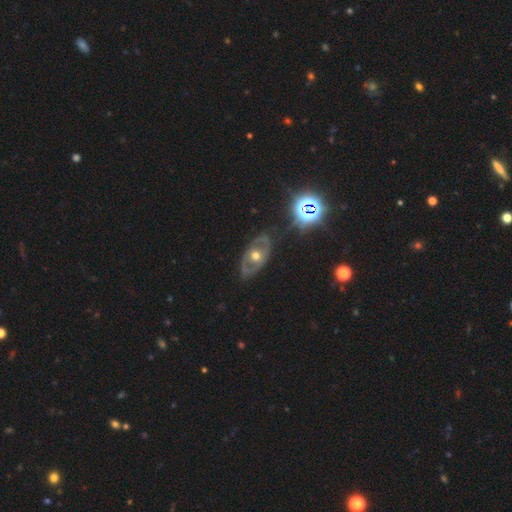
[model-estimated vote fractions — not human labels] Smooth or featured?
  - featured or disk: 69% *
  - smooth: 23%
  - star or artifact: 9%
Edge-on disk?
  - no: 90% *
  - yes: 10%
Bar?
  - no: 83% *
  - weak: 13%
  - strong: 5%
Spiral arms?
  - no: 68% *
  - yes: 32%
Bulge size?
  - moderate: 76% *
  - small: 11%
  - large: 11%
  - dominant: 1%
  - none: 1%
Merging?
  - none: 76% *
  - minor disturbance: 16%
  - major disturbance: 6%
  - merger: 2%